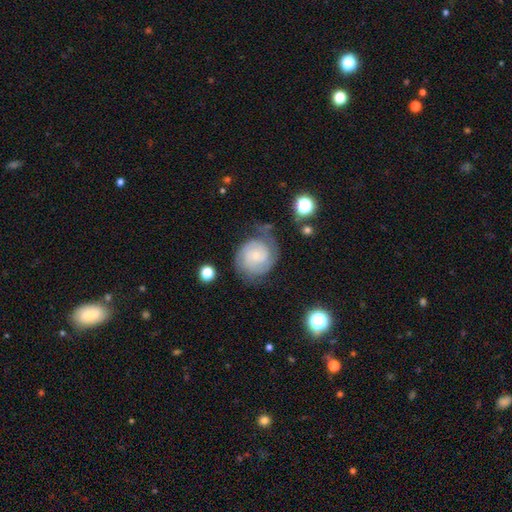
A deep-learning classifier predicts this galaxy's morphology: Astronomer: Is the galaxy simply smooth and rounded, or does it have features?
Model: featured or disk — 74%.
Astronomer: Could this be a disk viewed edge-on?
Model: no — 98%.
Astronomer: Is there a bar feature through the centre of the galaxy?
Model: no — 74%.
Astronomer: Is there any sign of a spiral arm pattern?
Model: yes — 93%.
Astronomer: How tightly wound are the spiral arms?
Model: tight — 64%.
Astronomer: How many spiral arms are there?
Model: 2 — 43% (runner-up: can't tell, 27%).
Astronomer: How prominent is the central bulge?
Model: small — 78%.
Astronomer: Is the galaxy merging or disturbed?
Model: none — 59%.